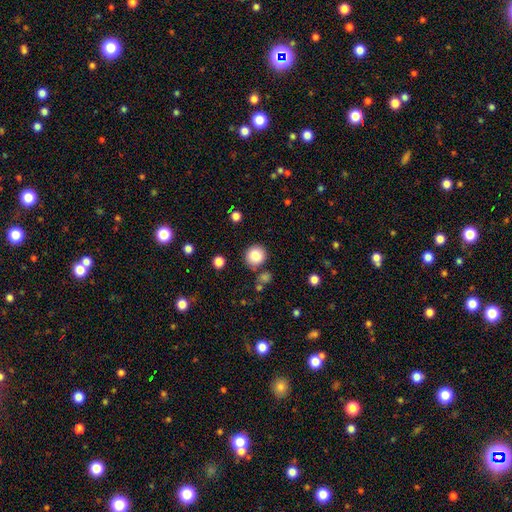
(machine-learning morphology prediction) Smooth or featured? Predicted: smooth (p=0.84). How rounded? Predicted: round (p=0.90). Merging? Predicted: none (p=0.83).